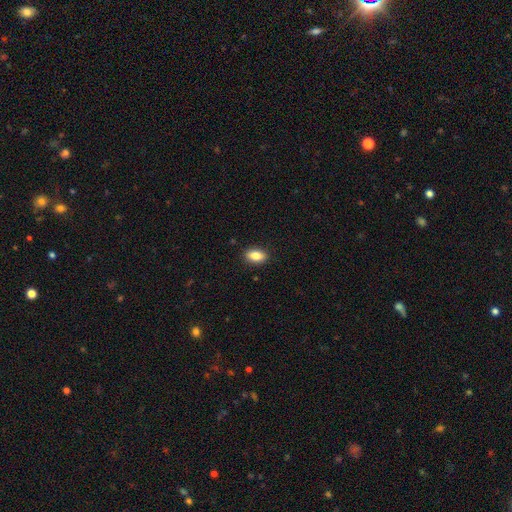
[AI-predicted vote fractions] smooth-or-featured: smooth: 84% | featured or disk: 8% | star or artifact: 7%
  how-rounded: in between: 88% | round: 7% | cigar-shaped: 4%
  merging: none: 89% | minor disturbance: 8% | major disturbance: 2% | merger: 1%